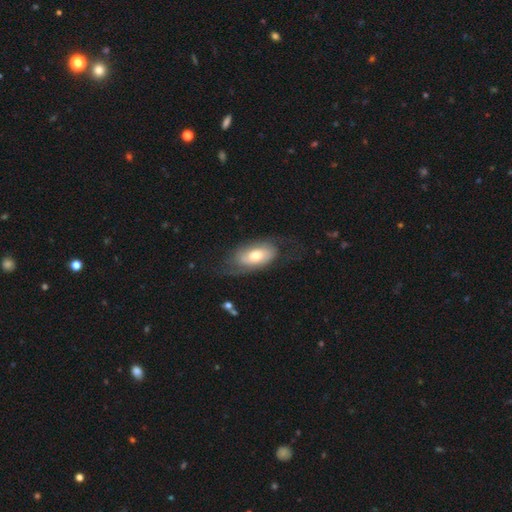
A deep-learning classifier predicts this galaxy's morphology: Overall: featured or disk (54%; smooth 40%). Edge-on disk: no (90%). Merging: none (56%; minor disturbance 22%).